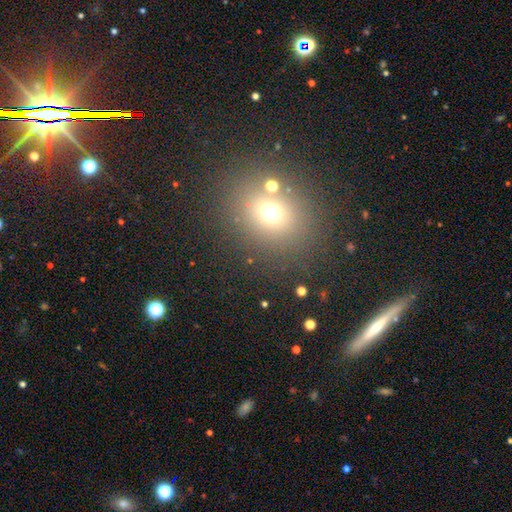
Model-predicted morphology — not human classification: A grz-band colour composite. It shows a smooth galaxy with no disk features (48%). Merging: none (80%).